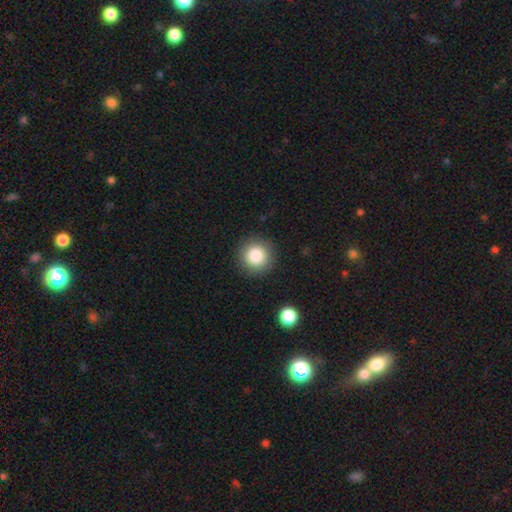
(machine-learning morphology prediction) Q: Smooth or featured?
A: smooth (85%); runner-up: star or artifact (10%)
Q: How rounded?
A: round (95%); runner-up: in between (4%)
Q: Merging?
A: none (90%); runner-up: minor disturbance (6%)